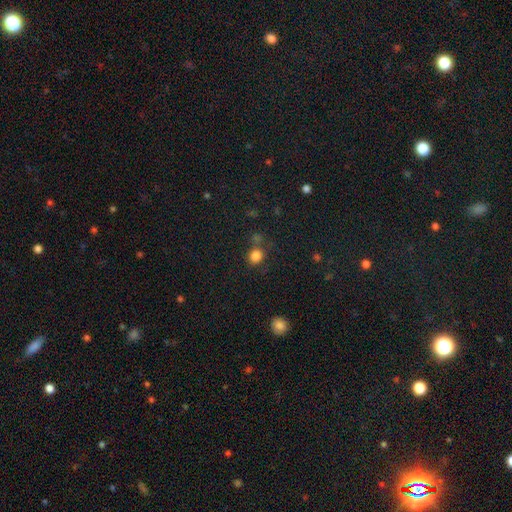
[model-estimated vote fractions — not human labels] Smooth or featured: smooth — 82% (star or artifact — 13%)
How rounded: round — 78% (in between — 21%)
Merging: none — 67% (merger — 14%)